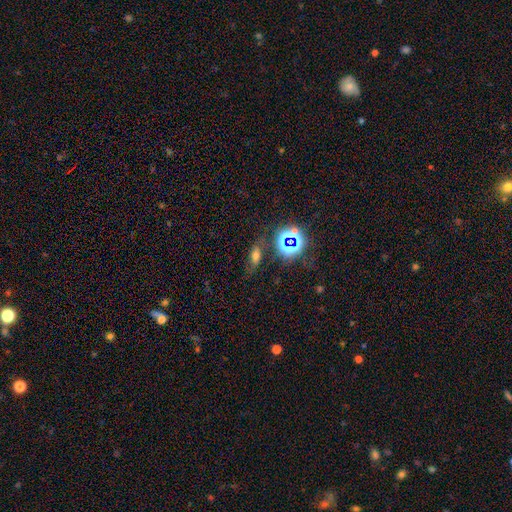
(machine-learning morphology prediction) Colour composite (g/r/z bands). It shows a smooth galaxy with no disk features (51%) that is in between round and cigar-shaped (69%). Merging: none (69%).